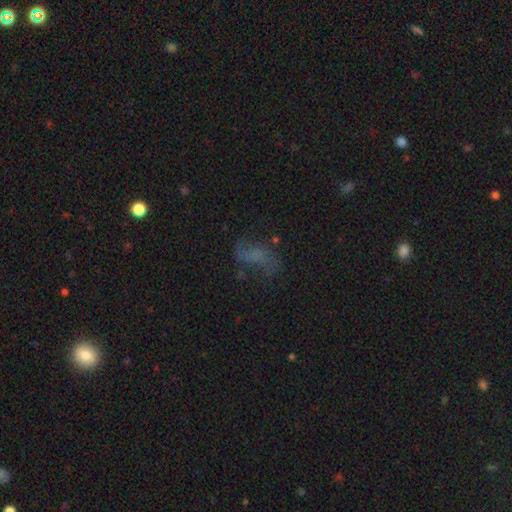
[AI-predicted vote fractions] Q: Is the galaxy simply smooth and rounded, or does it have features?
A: featured or disk — 44%.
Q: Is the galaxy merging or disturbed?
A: none — 51%.